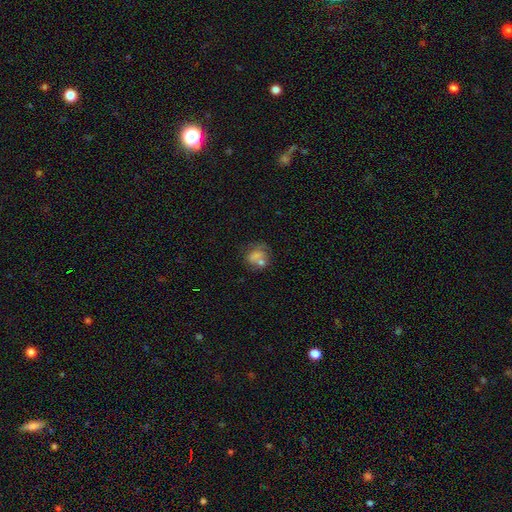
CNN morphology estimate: Smooth or featured? smooth (54%)
How rounded? round (67%)
Merging? none (48%)